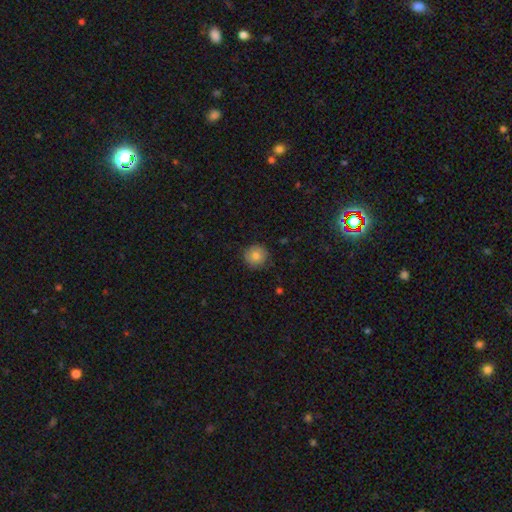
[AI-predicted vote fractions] Morphology: type=smooth (79%); roundness=round (93%); merging=none (85%).